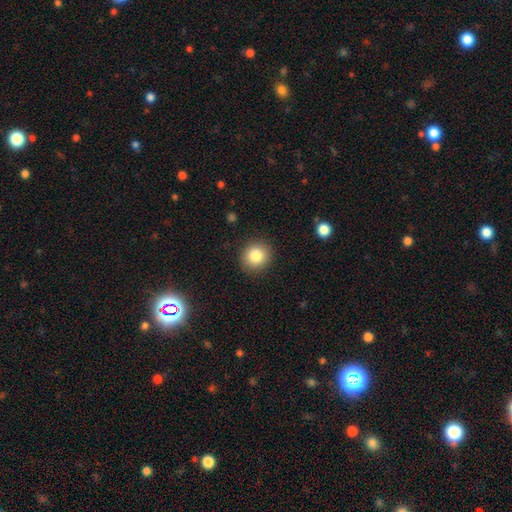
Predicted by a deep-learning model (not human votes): The model was most divided on "smooth or featured": smooth: 84%, star or artifact: 10%, featured or disk: 7%. More confident: merging — none (90%); how rounded — round (88%).